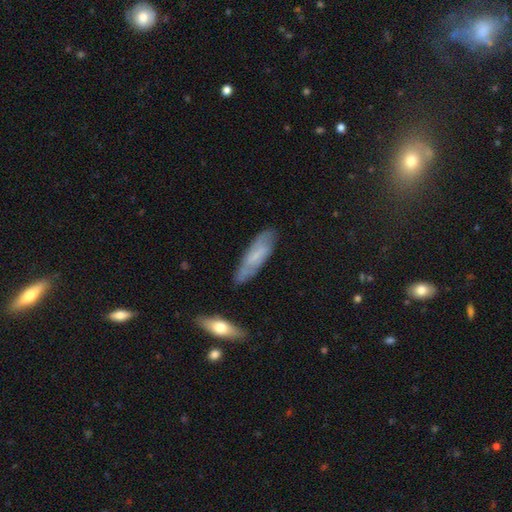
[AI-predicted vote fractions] This is possibly a smooth galaxy (52%). How rounded: possibly cigar-shaped (53%). Merging: likely none (76%).